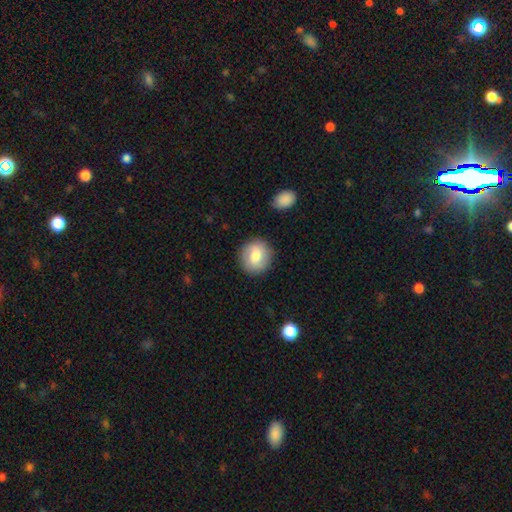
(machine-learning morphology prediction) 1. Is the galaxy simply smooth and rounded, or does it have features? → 70% smooth, 23% featured or disk, 7% star or artifact.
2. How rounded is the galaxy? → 81% round, 18% in between, 1% cigar-shaped.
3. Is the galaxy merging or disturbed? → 86% none, 9% minor disturbance, 3% major disturbance, 2% merger.